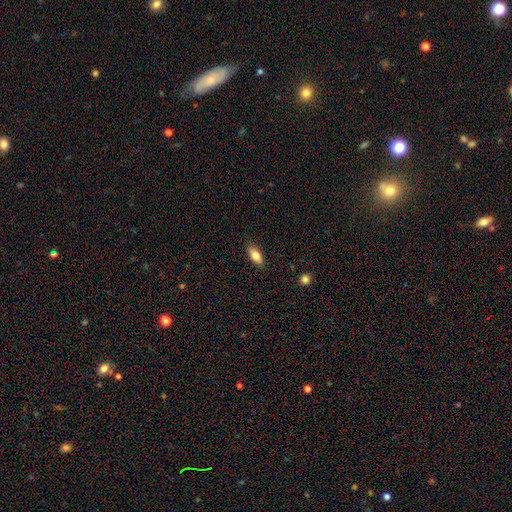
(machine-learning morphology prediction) A smooth galaxy with no disk features (82%) that is in between round and cigar-shaped (85%). Merging: none (87%).